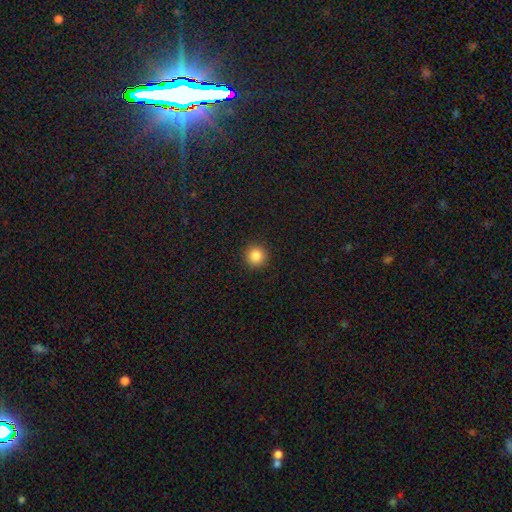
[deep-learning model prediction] smooth-or-featured: smooth: 86% | star or artifact: 11% | featured or disk: 3%
  how-rounded: round: 96% | in between: 3% | cigar-shaped: 1%
  merging: none: 93% | minor disturbance: 5% | major disturbance: 2% | merger: 1%